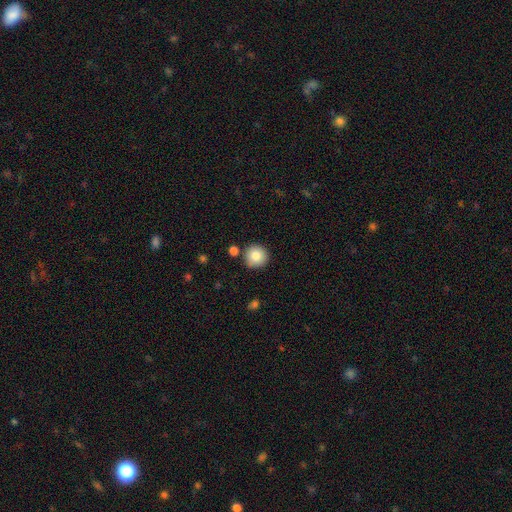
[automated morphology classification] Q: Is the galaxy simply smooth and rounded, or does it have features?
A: smooth — 85%.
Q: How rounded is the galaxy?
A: round — 95%.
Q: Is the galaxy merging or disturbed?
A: none — 86%.